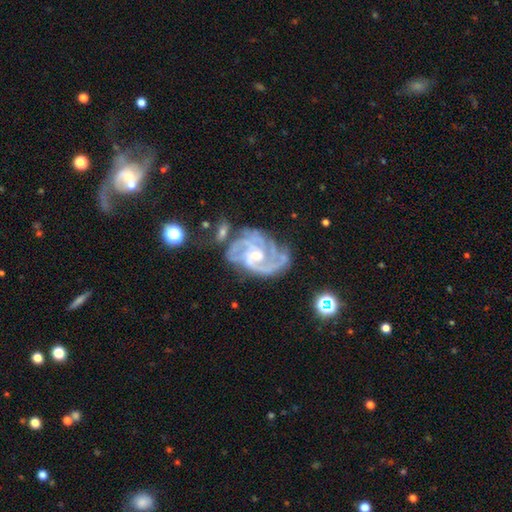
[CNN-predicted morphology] Smooth or featured? Predicted: featured or disk (p=0.90). Edge-on disk? Predicted: no (p=0.98). Bar? Predicted: no (p=0.52). Spiral arms? Predicted: yes (p=0.98). Spiral winding? Predicted: tight (p=0.52). Spiral arm count? Predicted: 3 (p=0.37). Bulge size? Predicted: moderate (p=0.49). Merging? Predicted: none (p=0.56).